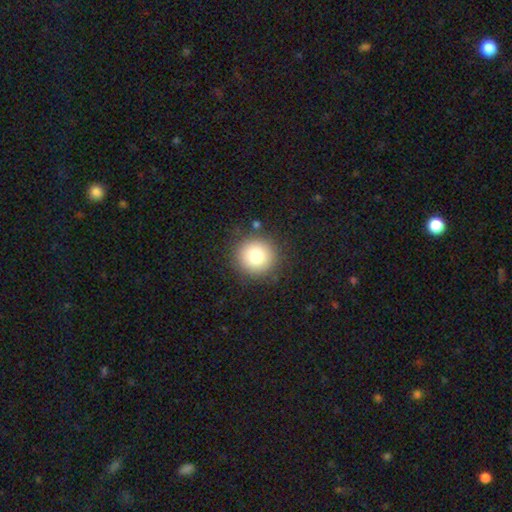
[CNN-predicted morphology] The model was most divided on "smooth or featured": smooth: 79%, star or artifact: 11%, featured or disk: 10%. More confident: how rounded — round (94%); merging — none (88%).